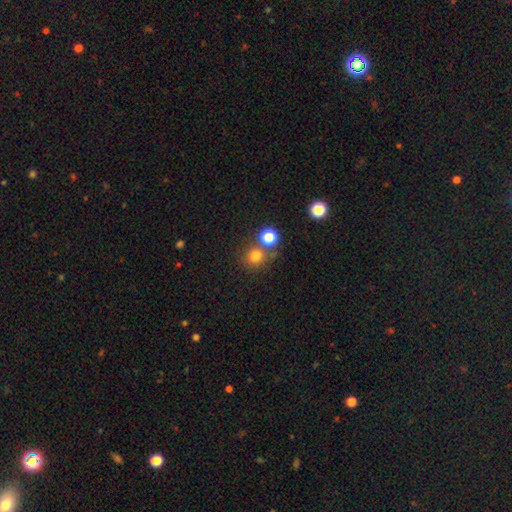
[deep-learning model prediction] The model was most divided on "merging": none: 70%, merger: 18%, minor disturbance: 9%, major disturbance: 4%. More confident: how rounded — round (90%); smooth or featured — smooth (76%).